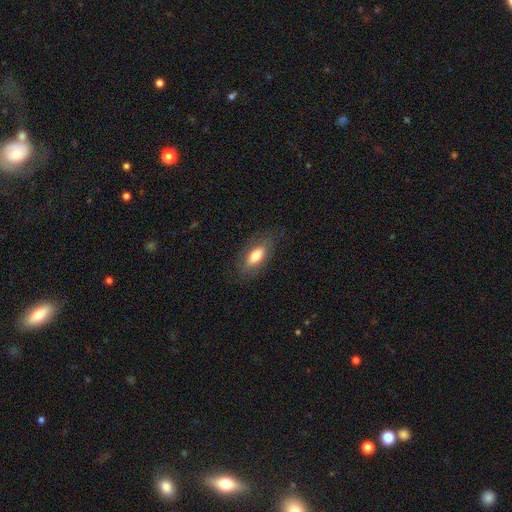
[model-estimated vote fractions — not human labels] Smooth or featured?
  - smooth: 72% *
  - featured or disk: 21%
  - star or artifact: 7%
How rounded?
  - in between: 84% *
  - cigar-shaped: 12%
  - round: 4%
Merging?
  - none: 79% *
  - minor disturbance: 15%
  - major disturbance: 6%
  - merger: 1%